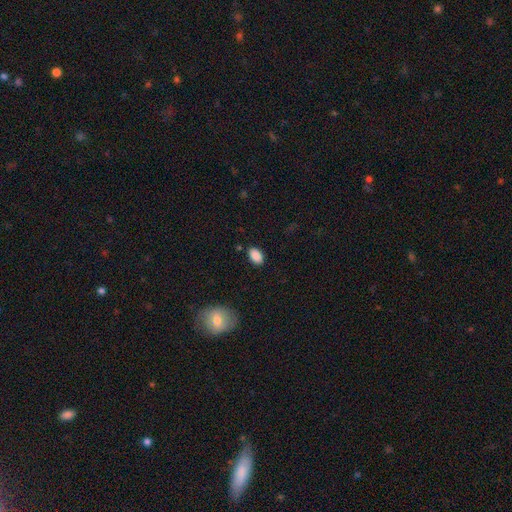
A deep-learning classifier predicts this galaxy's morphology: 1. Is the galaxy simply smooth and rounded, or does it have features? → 88% smooth, 8% star or artifact, 4% featured or disk.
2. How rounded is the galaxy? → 92% in between, 7% round, 2% cigar-shaped.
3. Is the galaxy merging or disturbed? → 86% none, 10% minor disturbance, 2% major disturbance, 1% merger.